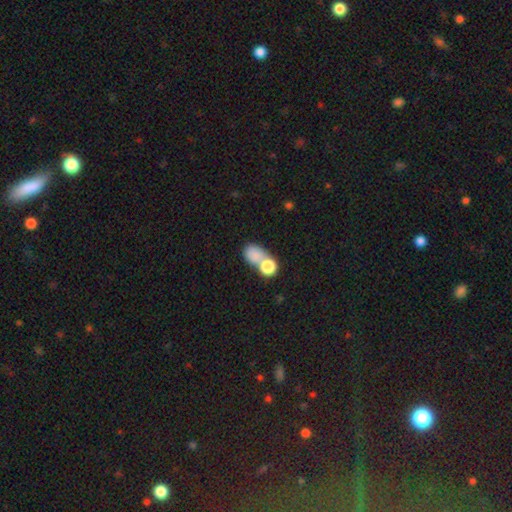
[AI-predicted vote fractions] smooth_or_featured: smooth (p=0.79) [alt: star or artifact p=0.11]
how_rounded: in between (p=0.60) [alt: round p=0.38]
merging: merger (p=0.54) [alt: none p=0.29]